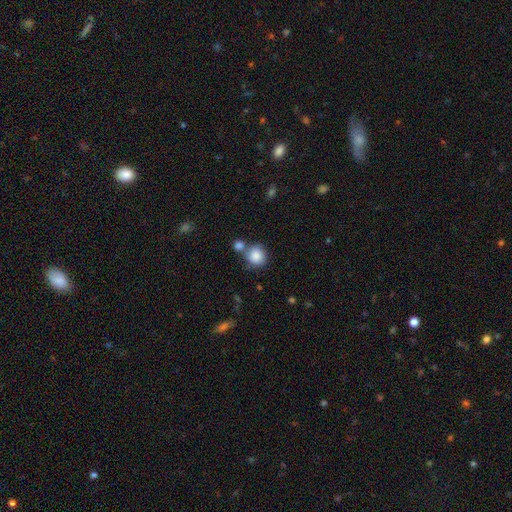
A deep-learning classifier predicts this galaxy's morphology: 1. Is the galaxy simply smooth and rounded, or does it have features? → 86% smooth, 8% star or artifact, 6% featured or disk.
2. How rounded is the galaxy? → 84% round, 15% in between, 1% cigar-shaped.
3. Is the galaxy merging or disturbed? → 54% none, 29% merger, 12% minor disturbance, 5% major disturbance.